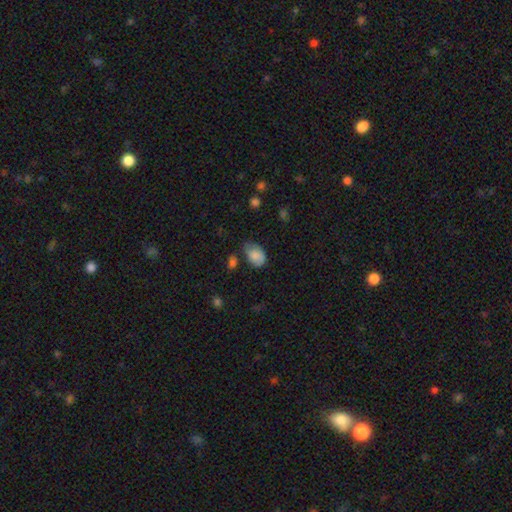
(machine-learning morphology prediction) The model was most divided on "merging": none: 44%, minor disturbance: 38%, major disturbance: 13%, merger: 5%. More confident: how rounded — in between (82%); smooth or featured — smooth (80%).